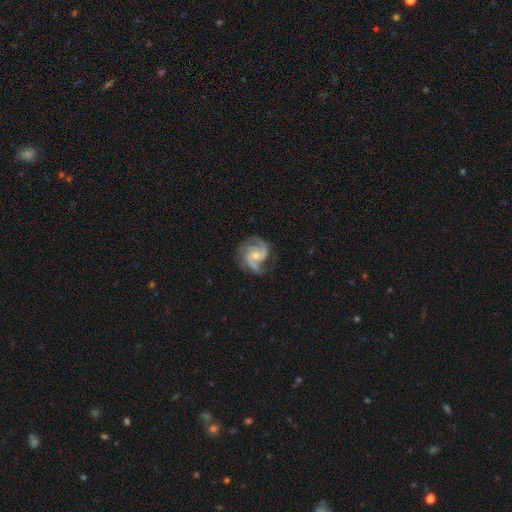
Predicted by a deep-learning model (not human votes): This is clearly a featured or disk galaxy (91%). It is clearly not viewed edge-on (98%). Bar: likely no (62%). Spiral arm pattern: clearly yes (98%). Spiral arm count: possibly 2 (56%). Spiral winding: possibly medium (57%). Central bulge: possibly small (60%). Merging: likely none (75%).